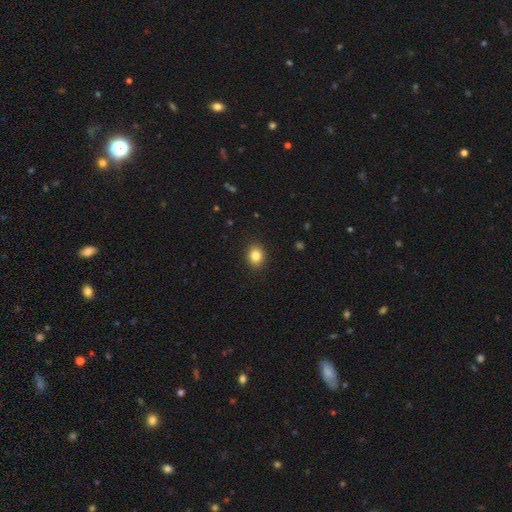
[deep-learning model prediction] Smooth or featured: smooth — 84% (star or artifact — 10%)
How rounded: round — 55% (in between — 44%)
Merging: none — 90% (minor disturbance — 7%)